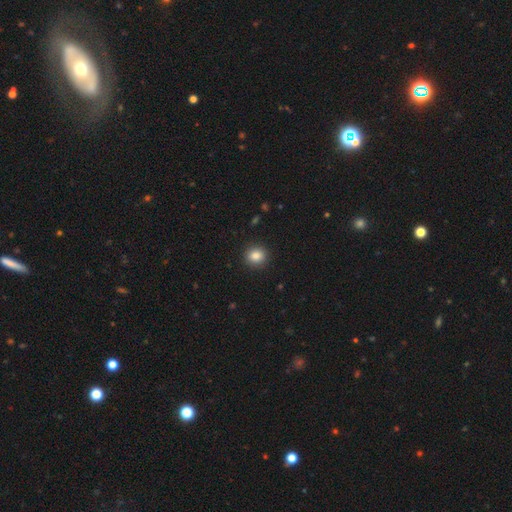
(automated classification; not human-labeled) smooth_or_featured: smooth (p=0.86) [alt: star or artifact p=0.10]
how_rounded: round (p=0.81) [alt: in between p=0.18]
merging: none (p=0.91) [alt: minor disturbance p=0.06]